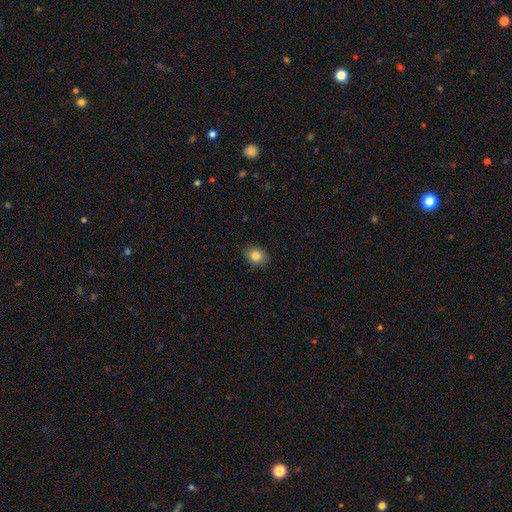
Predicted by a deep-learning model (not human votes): Morphology: type=smooth (84%); roundness=in between (52%); merging=none (89%).